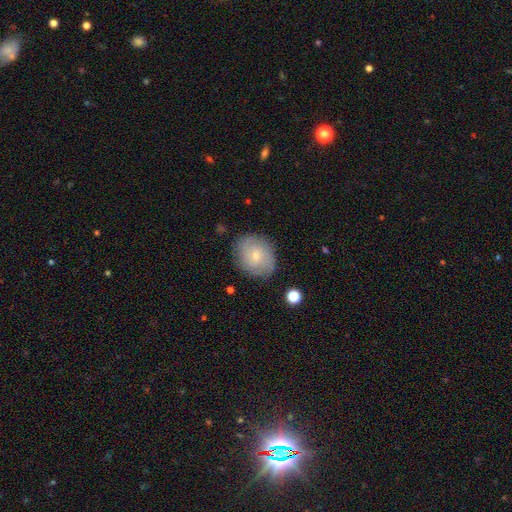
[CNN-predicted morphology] Smooth or featured? Predicted: smooth (p=0.52). How rounded? Predicted: round (p=0.58). Merging? Predicted: none (p=0.78).